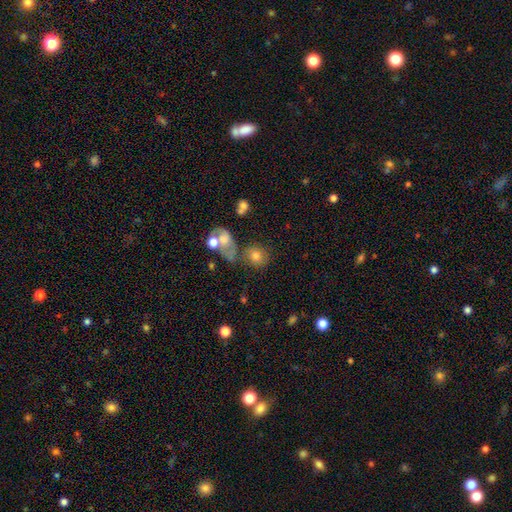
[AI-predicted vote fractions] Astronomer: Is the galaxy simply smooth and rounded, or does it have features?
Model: smooth — 75%.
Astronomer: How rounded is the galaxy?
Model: round — 70%.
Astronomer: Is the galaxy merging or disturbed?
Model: none — 54%.